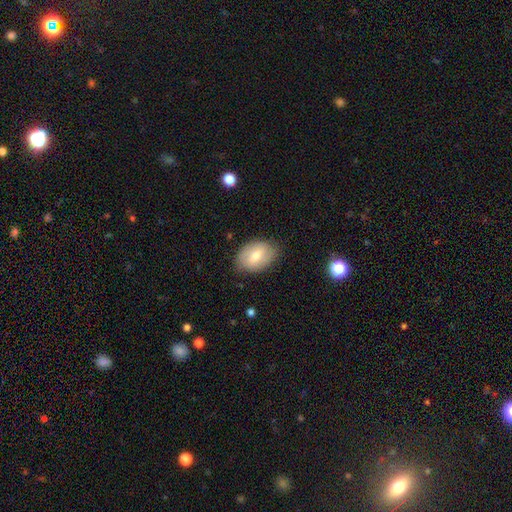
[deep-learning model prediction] smooth_or_featured: smooth (p=0.63) [alt: featured or disk p=0.30]
how_rounded: in between (p=0.83) [alt: round p=0.16]
merging: none (p=0.78) [alt: minor disturbance p=0.17]